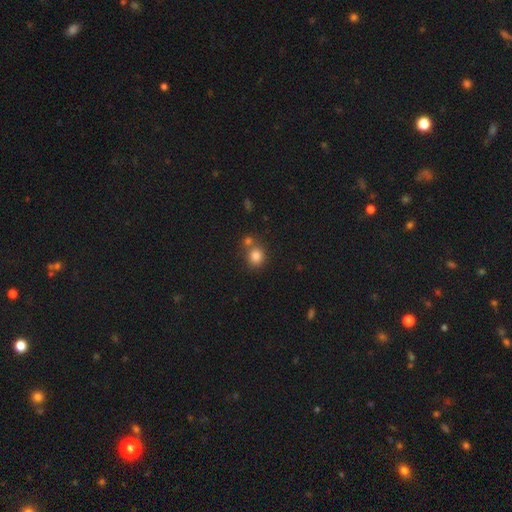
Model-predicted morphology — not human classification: smooth 83%, star or artifact 11%, featured or disk 6%. Down the decision tree: how rounded — round (81%); merging — none (60%).